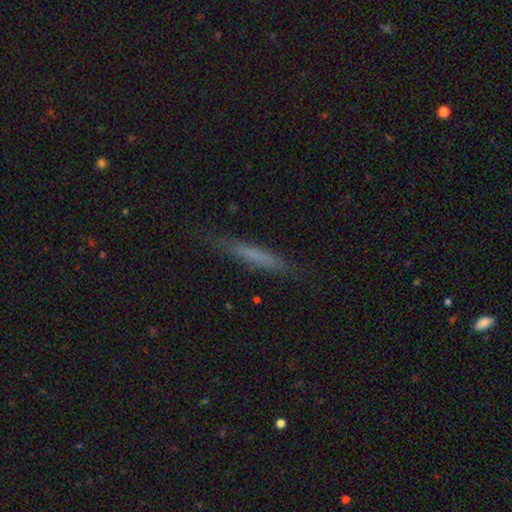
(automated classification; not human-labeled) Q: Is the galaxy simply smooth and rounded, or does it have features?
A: smooth — 61%.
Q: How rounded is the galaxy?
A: cigar-shaped — 94%.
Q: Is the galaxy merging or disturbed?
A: none — 82%.